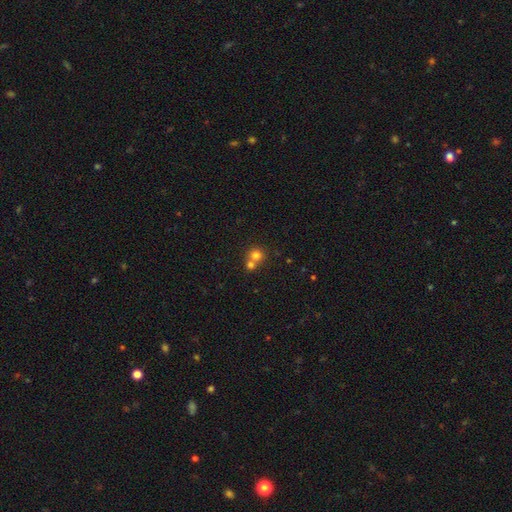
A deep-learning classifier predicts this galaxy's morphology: Smooth or featured: smooth — 77% (star or artifact — 12%)
How rounded: round — 86% (in between — 13%)
Merging: merger — 52% (none — 41%)